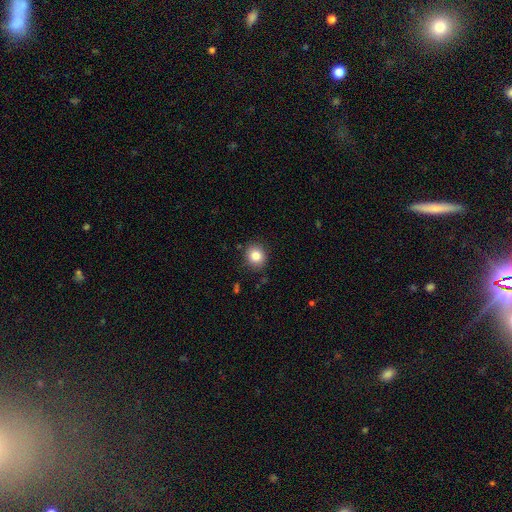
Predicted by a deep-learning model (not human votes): Morphology: type=smooth (84%); roundness=round (83%); merging=none (87%).